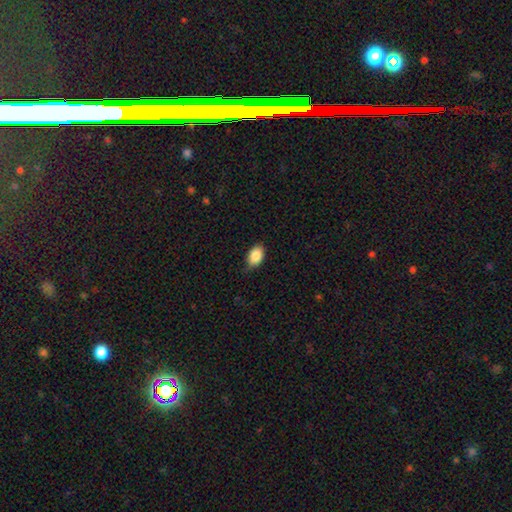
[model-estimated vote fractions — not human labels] Smooth or featured: smooth — 88% (star or artifact — 7%)
How rounded: in between — 86% (round — 12%)
Merging: none — 73% (minor disturbance — 23%)